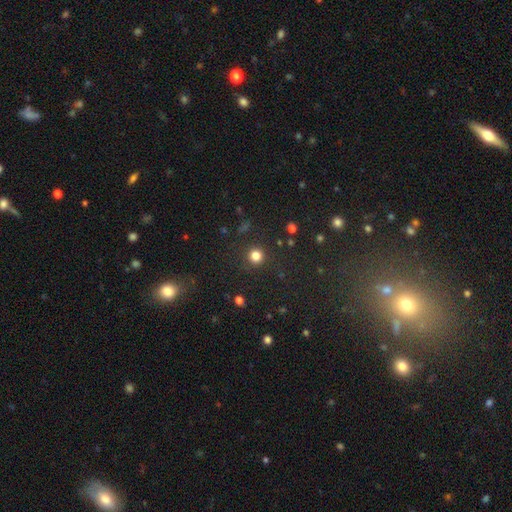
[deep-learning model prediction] smooth 80%, star or artifact 15%, featured or disk 5%. Down the decision tree: how rounded — round (93%); merging — none (90%).